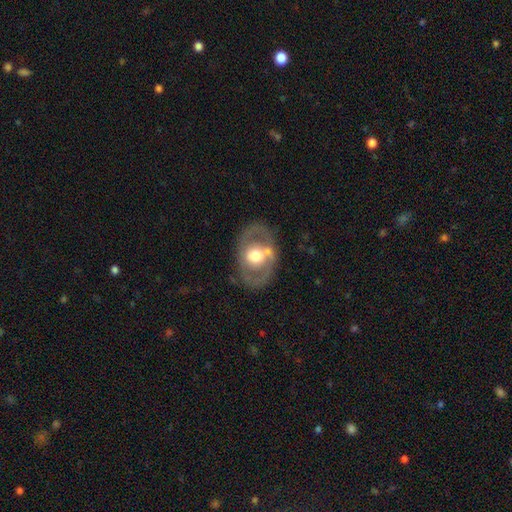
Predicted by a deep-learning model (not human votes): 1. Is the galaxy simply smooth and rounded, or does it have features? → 65% featured or disk, 30% smooth, 6% star or artifact.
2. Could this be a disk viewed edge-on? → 93% no, 7% yes.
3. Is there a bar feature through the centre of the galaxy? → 70% no, 22% weak, 8% strong.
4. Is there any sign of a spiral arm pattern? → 60% no, 40% yes.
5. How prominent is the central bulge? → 58% moderate, 33% large, 6% small, 2% dominant, 1% none.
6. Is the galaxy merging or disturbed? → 69% none, 17% minor disturbance, 9% major disturbance, 5% merger.